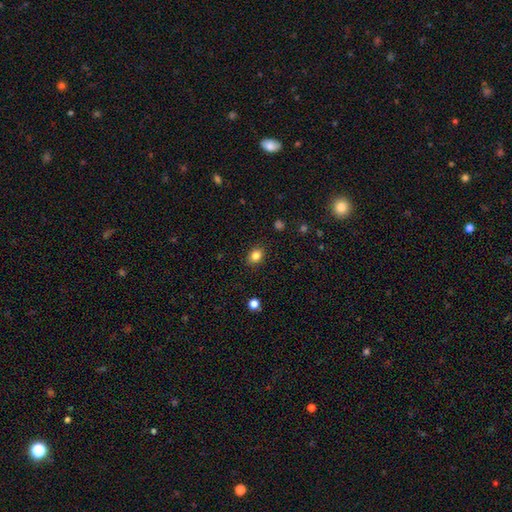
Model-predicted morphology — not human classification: Smooth or featured? smooth (83%)
How rounded? in between (54%)
Merging? none (88%)